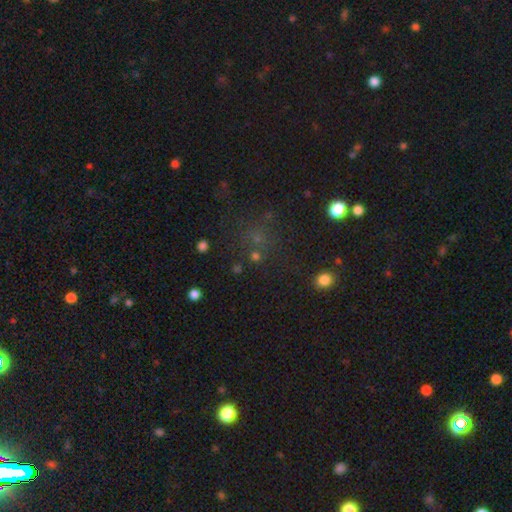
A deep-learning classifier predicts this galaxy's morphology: Smooth or featured: smooth — 55% (star or artifact — 35%)
How rounded: round — 85% (in between — 13%)
Merging: none — 72% (minor disturbance — 11%)